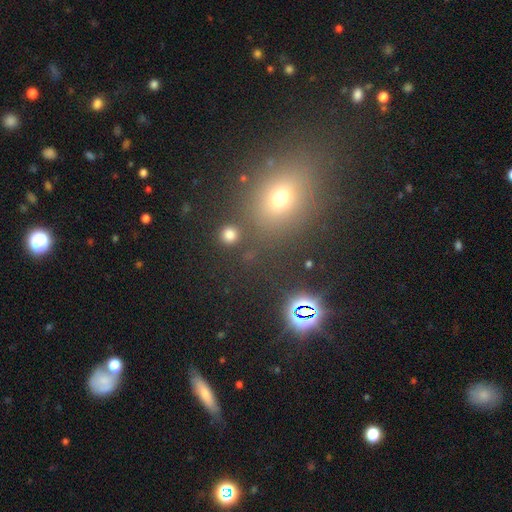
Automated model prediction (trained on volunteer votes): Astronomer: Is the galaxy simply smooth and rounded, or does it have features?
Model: smooth — 51% (runner-up: star or artifact, 37%).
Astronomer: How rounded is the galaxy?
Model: in between — 49% (runner-up: round, 46%).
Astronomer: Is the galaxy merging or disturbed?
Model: none — 81%.